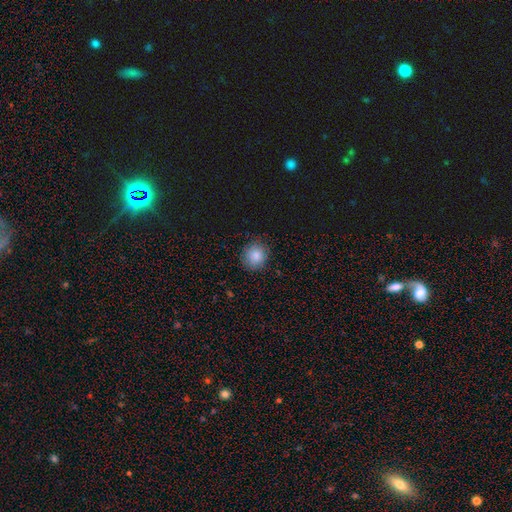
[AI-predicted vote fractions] Morphology: type=smooth (84%); roundness=round (83%); merging=none (86%).